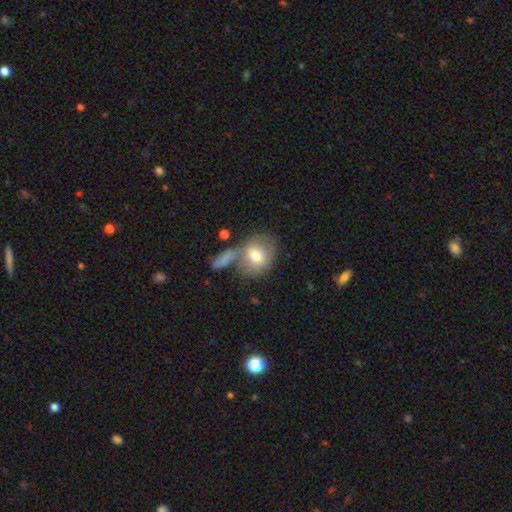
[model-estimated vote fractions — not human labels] Smooth or featured?
  - smooth: 71% *
  - featured or disk: 21%
  - star or artifact: 8%
How rounded?
  - round: 65% *
  - in between: 34%
  - cigar-shaped: 1%
Merging?
  - none: 48% *
  - merger: 26%
  - minor disturbance: 16%
  - major disturbance: 9%